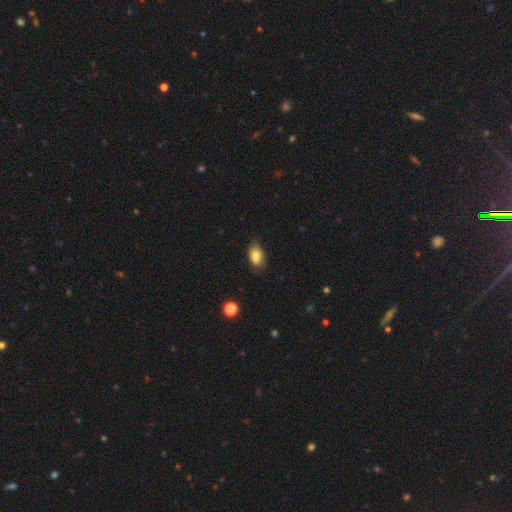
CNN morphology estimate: This appears to be a smooth galaxy with no disk features (79%) that is in between round and cigar-shaped (88%). Merging: none (67%).